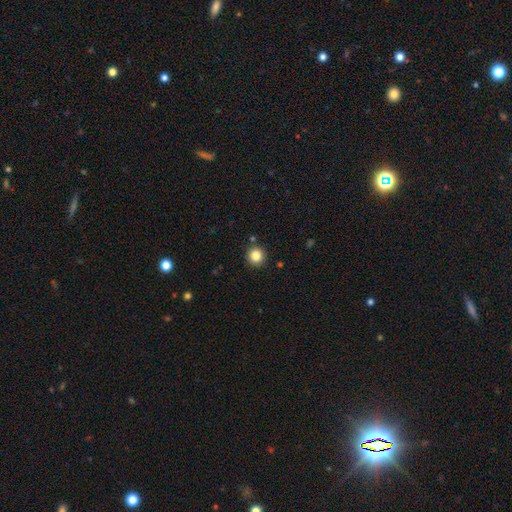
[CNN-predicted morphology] Q: Smooth or featured?
A: smooth (84%); runner-up: star or artifact (11%)
Q: How rounded?
A: round (94%); runner-up: in between (5%)
Q: Merging?
A: none (90%); runner-up: minor disturbance (6%)